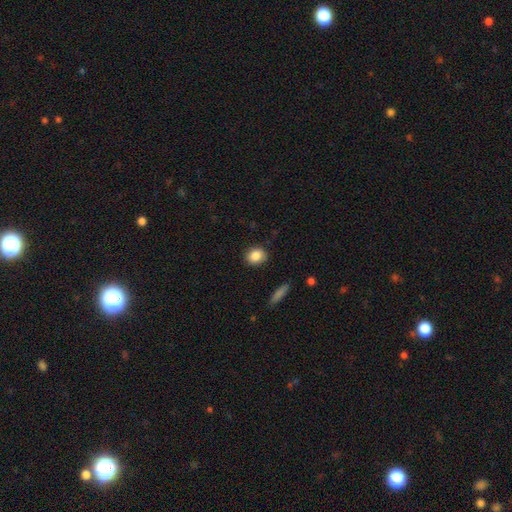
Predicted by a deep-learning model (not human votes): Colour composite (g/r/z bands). It shows a smooth galaxy with no disk features (86%) that is round (58%). Merging: none (87%).